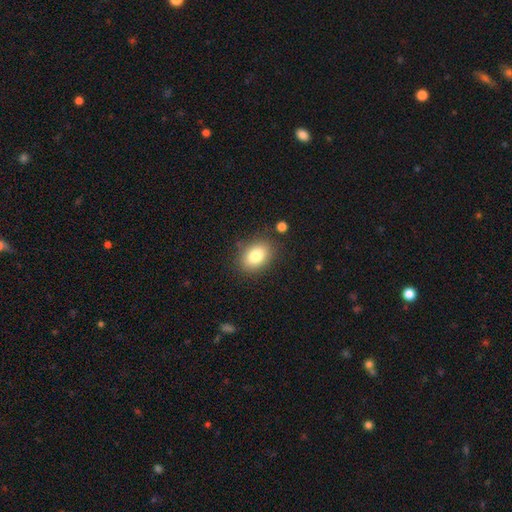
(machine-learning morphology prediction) Overall: smooth (81%). How rounded: in between (72%). Merging: none (83%).